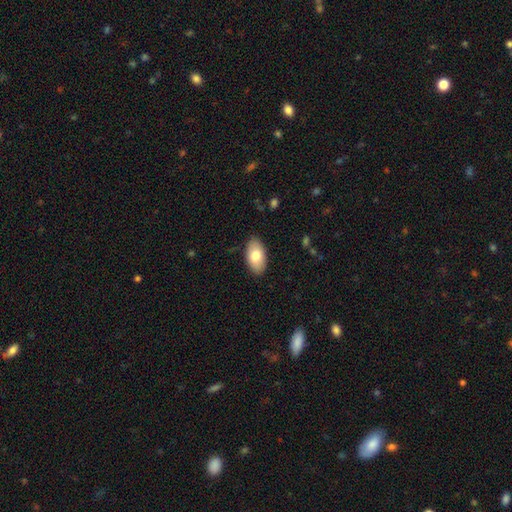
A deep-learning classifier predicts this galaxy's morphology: smooth-or-featured: smooth: 78% | featured or disk: 16% | star or artifact: 6%
  how-rounded: in between: 95% | round: 3% | cigar-shaped: 2%
  merging: none: 88% | minor disturbance: 9% | major disturbance: 2% | merger: 1%